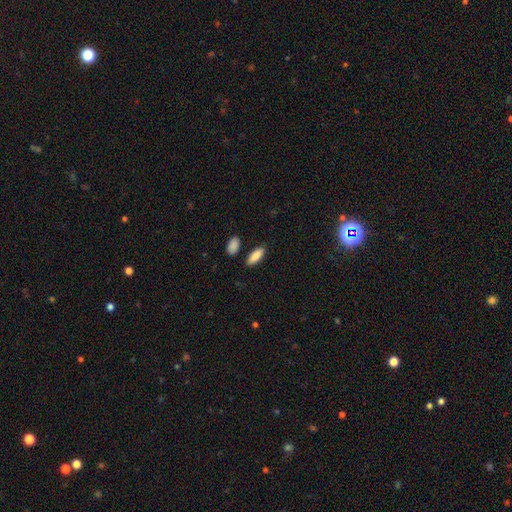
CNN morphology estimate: smooth 88%, featured or disk 6%, star or artifact 6%. Down the decision tree: how rounded — in between (79%); merging — none (82%).